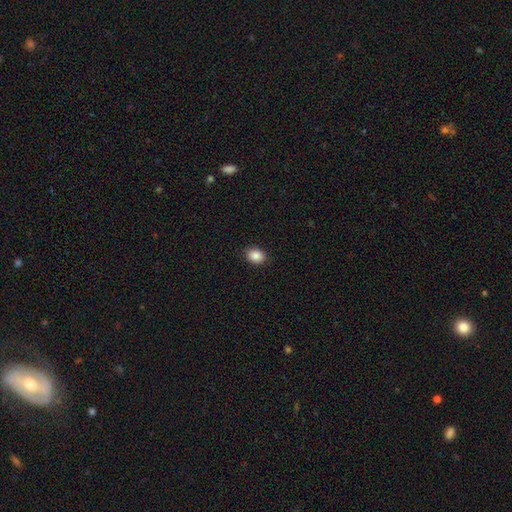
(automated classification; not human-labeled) The model was most divided on "how rounded": in between: 63%, round: 36%, cigar-shaped: 1%. More confident: merging — none (90%); smooth or featured — smooth (87%).